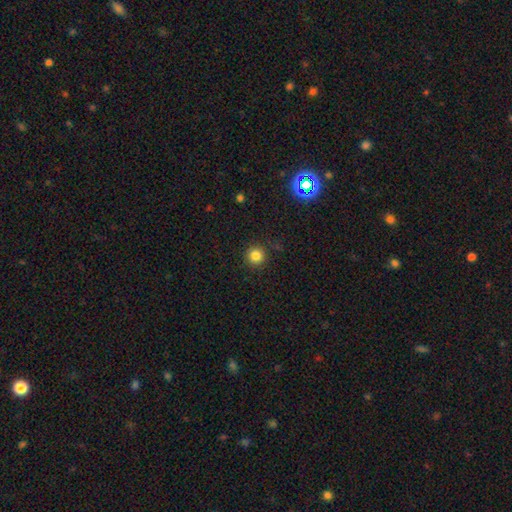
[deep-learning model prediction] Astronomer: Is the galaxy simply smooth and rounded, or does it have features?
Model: smooth — 82%.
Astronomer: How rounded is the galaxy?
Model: round — 95%.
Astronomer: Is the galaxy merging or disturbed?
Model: none — 90%.